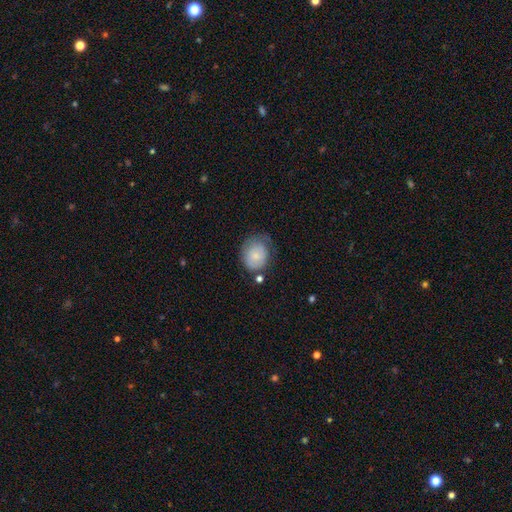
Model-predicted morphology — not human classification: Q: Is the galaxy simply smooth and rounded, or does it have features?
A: smooth — 72%.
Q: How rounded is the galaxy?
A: round — 63%.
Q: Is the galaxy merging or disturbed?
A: none — 49%.